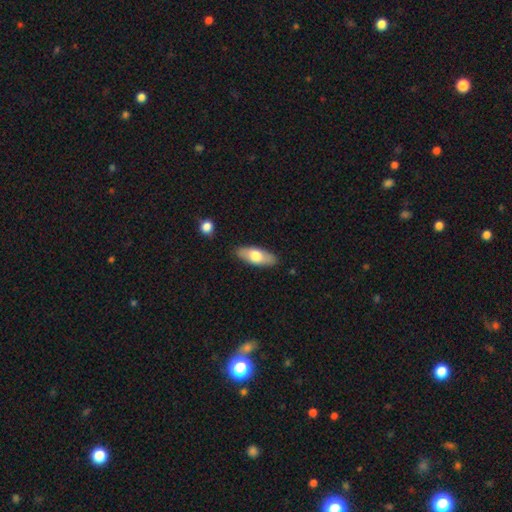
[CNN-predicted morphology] Smooth or featured?
  - smooth: 66% *
  - featured or disk: 28%
  - star or artifact: 6%
How rounded?
  - in between: 78% *
  - cigar-shaped: 19%
  - round: 3%
Merging?
  - none: 87% *
  - minor disturbance: 10%
  - major disturbance: 2%
  - merger: 2%